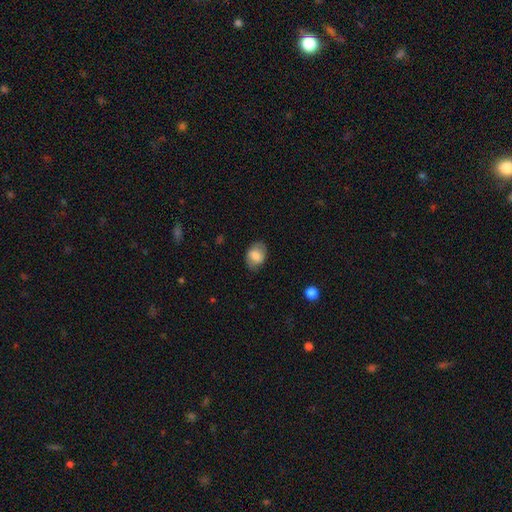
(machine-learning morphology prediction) This appears to be a smooth galaxy with no disk features (71%) that is in between round and cigar-shaped (75%). Merging: none (74%).